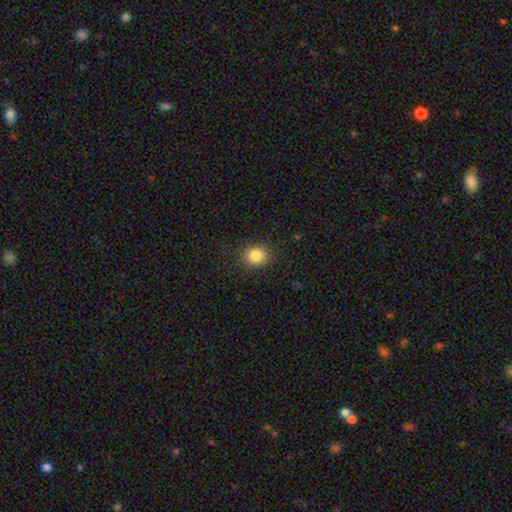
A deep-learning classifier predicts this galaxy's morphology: Q: Smooth or featured?
A: smooth (84%); runner-up: star or artifact (11%)
Q: How rounded?
A: round (76%); runner-up: in between (23%)
Q: Merging?
A: none (88%); runner-up: minor disturbance (9%)